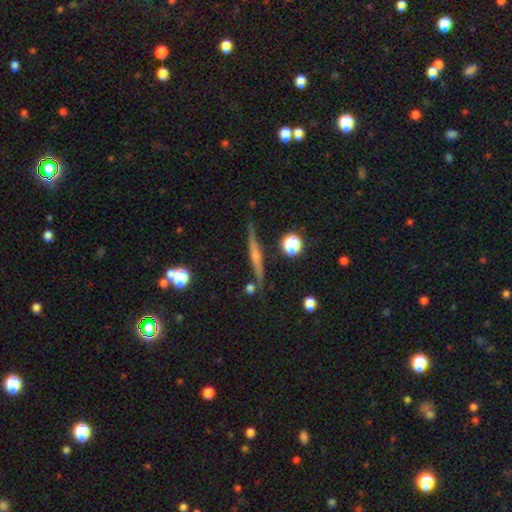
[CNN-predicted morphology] This appears to be a featured or disk galaxy (66%) viewed edge-on (96%) with a rounded central bulge (49%). Merging: none (82%).